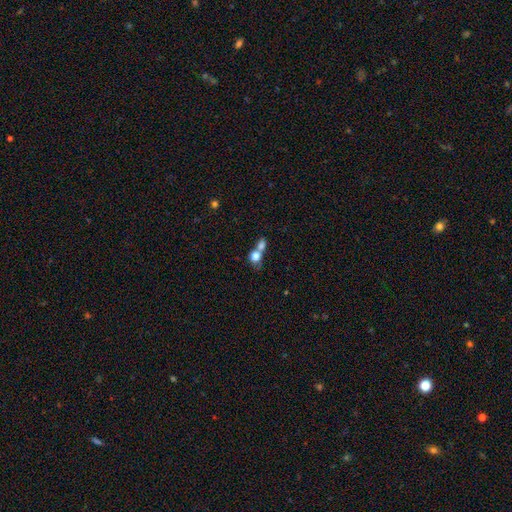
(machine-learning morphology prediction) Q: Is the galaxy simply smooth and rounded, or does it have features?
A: smooth — 76%.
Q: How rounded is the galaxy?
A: round — 65%.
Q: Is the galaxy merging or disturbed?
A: merger — 66%.